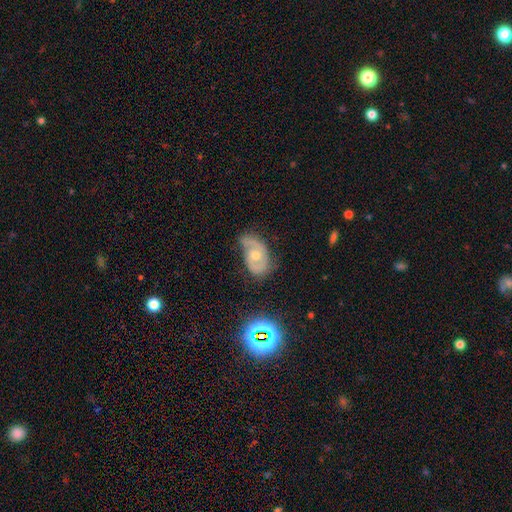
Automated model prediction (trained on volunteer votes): Smooth or featured: featured or disk — 70% (smooth — 20%)
Edge-on disk: no — 96% (yes — 4%)
Bar: no — 70% (weak — 25%)
Spiral arms: yes — 84% (no — 16%)
Spiral winding: medium — 43% (tight — 31%)
Spiral arm count: 2 — 60% (1 — 22%)
Bulge size: moderate — 58% (small — 37%)
Merging: none — 45% (minor disturbance — 34%)